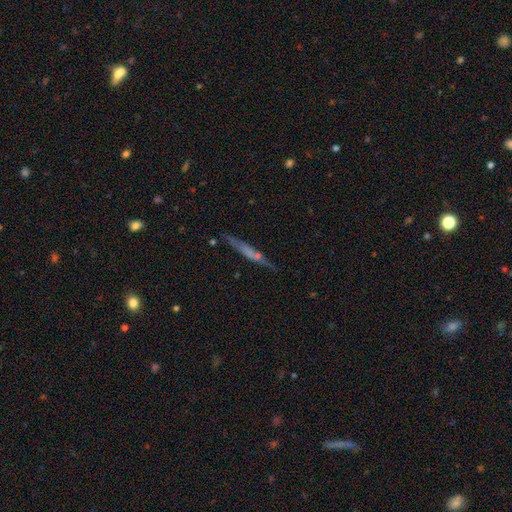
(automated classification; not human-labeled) Smooth or featured? Predicted: featured or disk (p=0.52). Edge-on disk? Predicted: yes (p=0.93). Merging? Predicted: none (p=0.81).